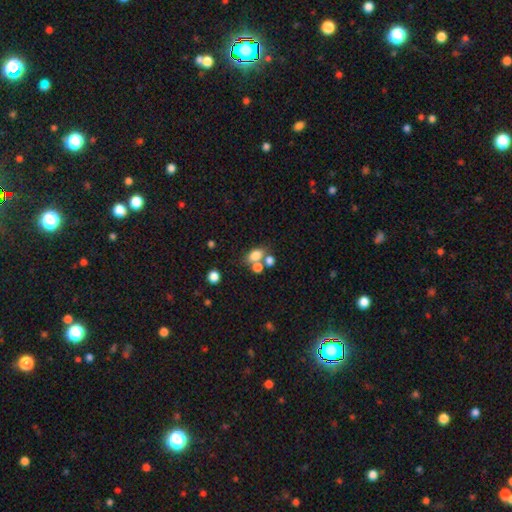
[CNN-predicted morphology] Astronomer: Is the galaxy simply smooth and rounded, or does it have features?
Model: smooth — 76%.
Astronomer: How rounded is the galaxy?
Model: in between — 75%.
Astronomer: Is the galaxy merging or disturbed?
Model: none — 47% (runner-up: merger, 36%).